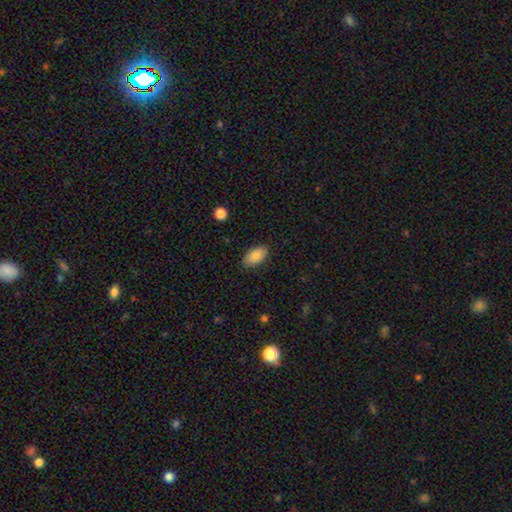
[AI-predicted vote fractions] Q: Smooth or featured?
A: smooth (86%); runner-up: featured or disk (7%)
Q: How rounded?
A: in between (94%); runner-up: round (4%)
Q: Merging?
A: none (84%); runner-up: minor disturbance (12%)